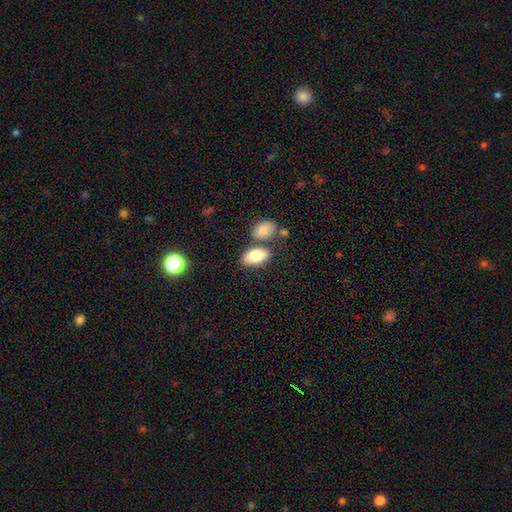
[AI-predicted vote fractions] A smooth galaxy with no disk features (82%) that is in between round and cigar-shaped (92%). Merging: none (65%).